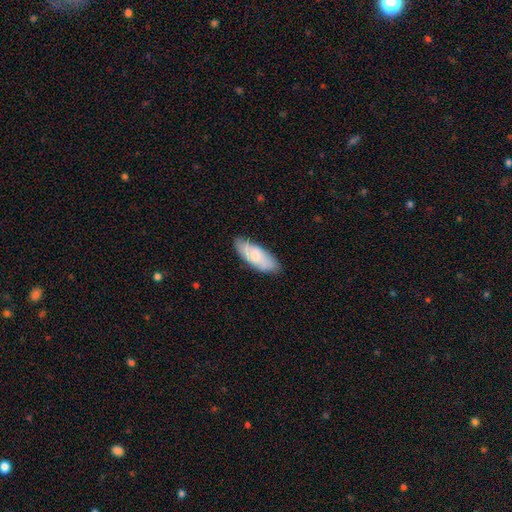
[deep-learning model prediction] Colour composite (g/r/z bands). It shows a smooth galaxy with no disk features (64%) that is in between round and cigar-shaped (73%). Merging: none (77%).